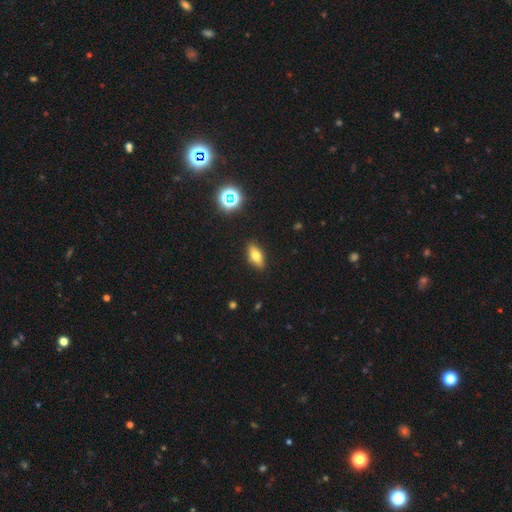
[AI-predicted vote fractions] Smooth or featured?
  - smooth: 65% *
  - featured or disk: 24%
  - star or artifact: 11%
How rounded?
  - in between: 74% *
  - cigar-shaped: 20%
  - round: 5%
Merging?
  - none: 88% *
  - minor disturbance: 8%
  - major disturbance: 2%
  - merger: 1%